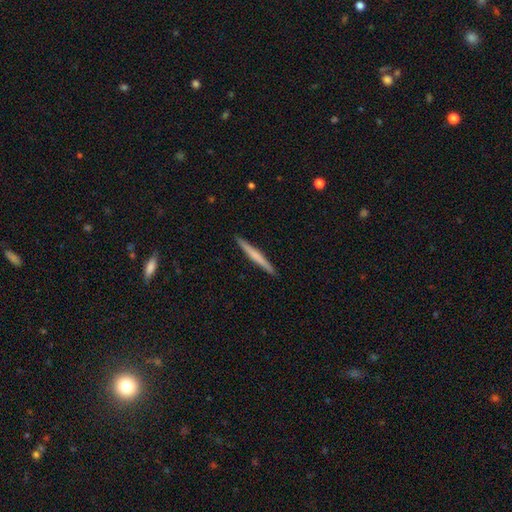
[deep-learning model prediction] smooth 53%, featured or disk 42%, star or artifact 5%. Down the decision tree: how rounded — cigar-shaped (97%); merging — none (92%).